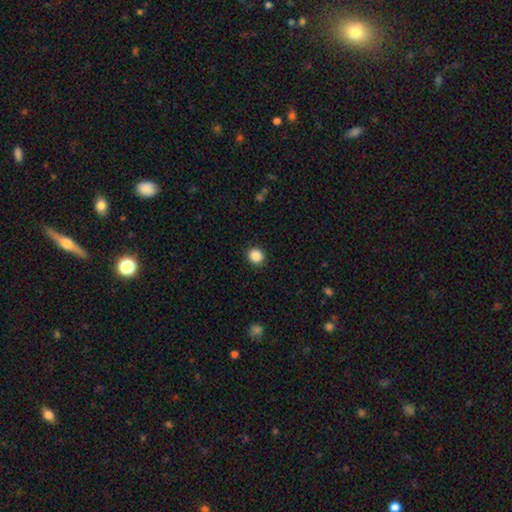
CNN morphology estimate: smooth 87%, star or artifact 10%, featured or disk 3%. Down the decision tree: how rounded — round (84%); merging — none (92%).